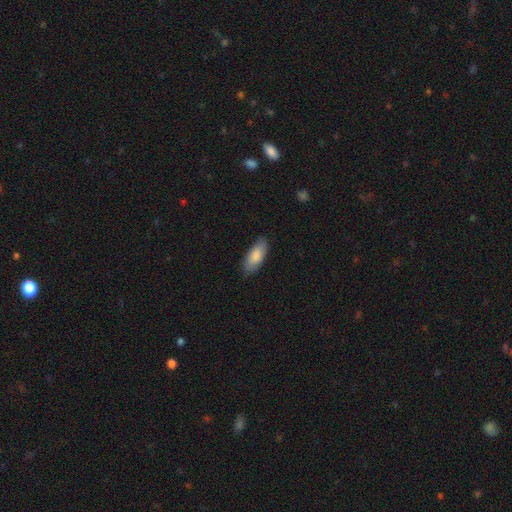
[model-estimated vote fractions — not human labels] smooth_or_featured: smooth (p=0.85) [alt: featured or disk p=0.09]
how_rounded: in between (p=0.81) [alt: cigar-shaped p=0.17]
merging: none (p=0.82) [alt: minor disturbance p=0.15]